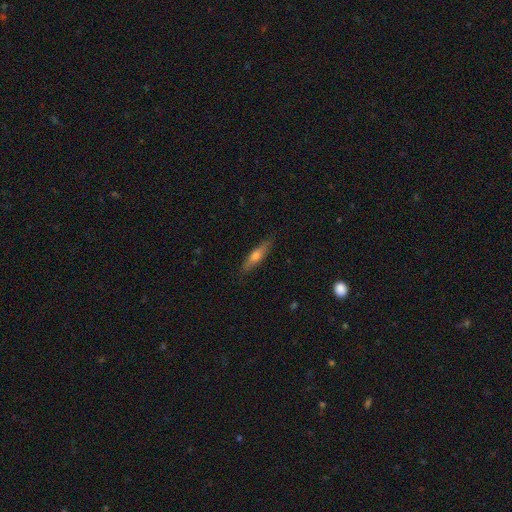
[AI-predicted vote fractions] The model was most divided on "smooth or featured": smooth: 56%, featured or disk: 38%, star or artifact: 6%. More confident: merging — none (86%); how rounded — cigar-shaped (77%).